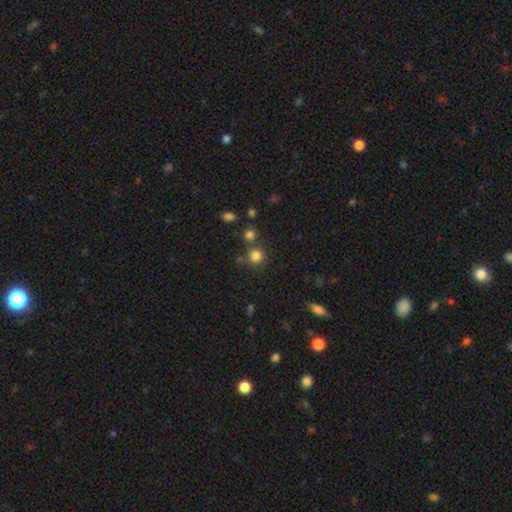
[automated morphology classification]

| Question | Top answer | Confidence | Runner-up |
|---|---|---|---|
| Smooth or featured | smooth | 81% | star or artifact (14%) |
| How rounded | round | 91% | in between (8%) |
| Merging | none | 74% | merger (14%) |